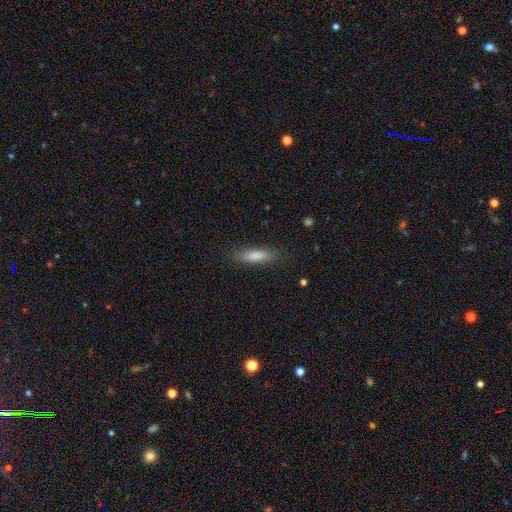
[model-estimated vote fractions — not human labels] Overall: smooth (83%). How rounded: cigar-shaped (63%; in between 36%). Merging: none (86%).